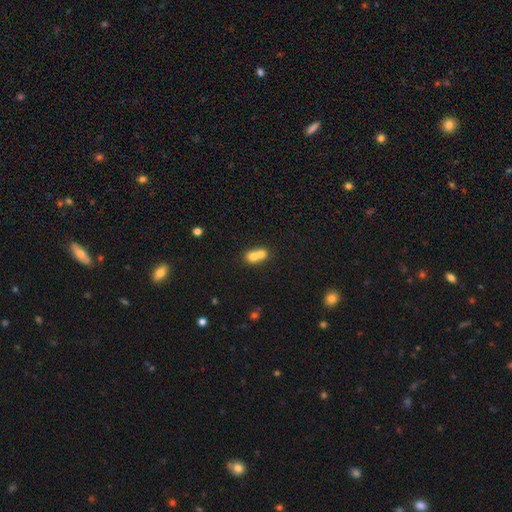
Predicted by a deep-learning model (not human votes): Morphology: type=smooth (70%); roundness=round (61%); merging=merger (73%).